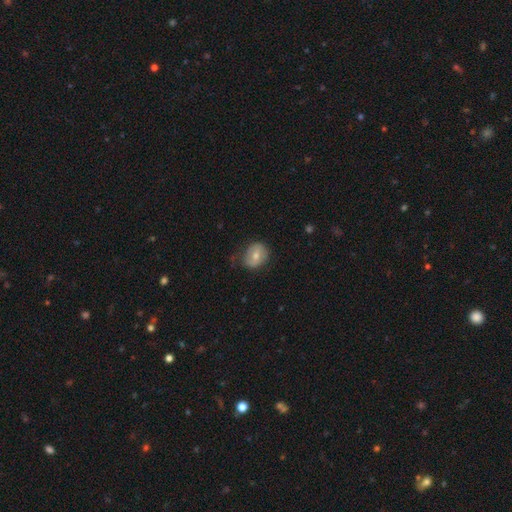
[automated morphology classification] Smooth or featured? smooth (60%)
How rounded? round (57%)
Merging? none (64%)